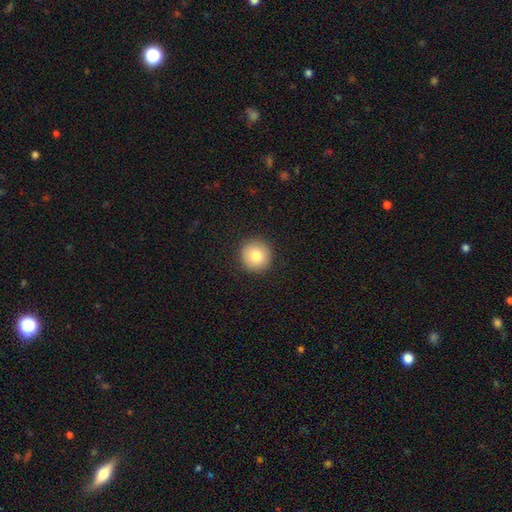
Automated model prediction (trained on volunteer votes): Smooth or featured? smooth (83%)
How rounded? round (95%)
Merging? none (92%)